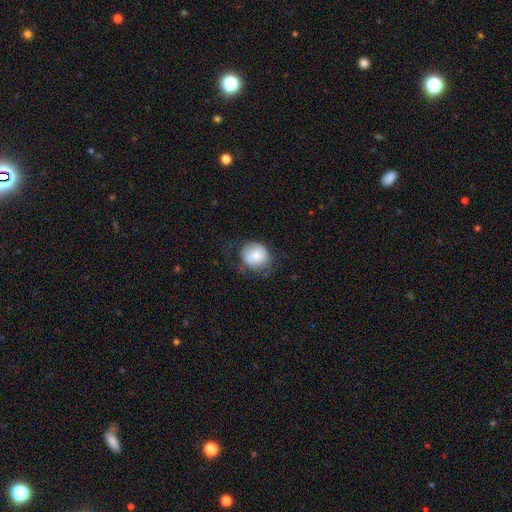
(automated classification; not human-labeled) Overall: smooth (74%). How rounded: round (76%). Merging: none (57%; minor disturbance 26%).